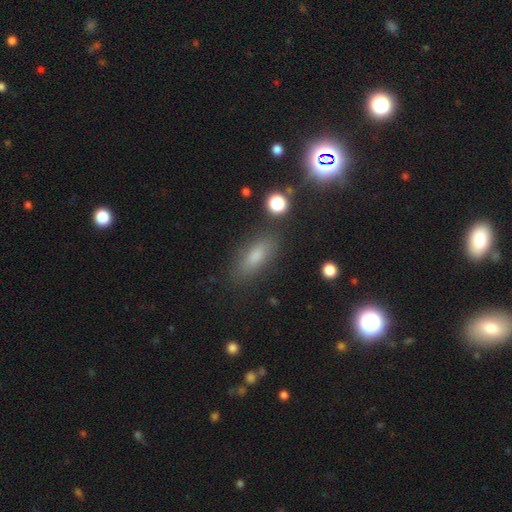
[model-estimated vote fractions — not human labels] Q: Smooth or featured?
A: smooth (75%); runner-up: featured or disk (13%)
Q: How rounded?
A: in between (68%); runner-up: cigar-shaped (28%)
Q: Merging?
A: none (82%); runner-up: minor disturbance (12%)